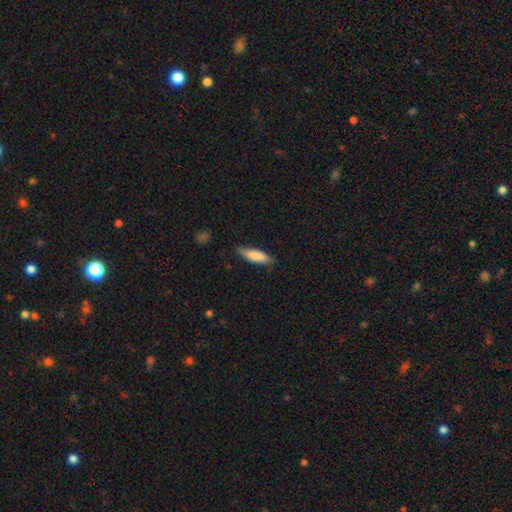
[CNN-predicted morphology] smooth 79%, featured or disk 15%, star or artifact 6%. Down the decision tree: how rounded — cigar-shaped (53%); merging — none (72%).